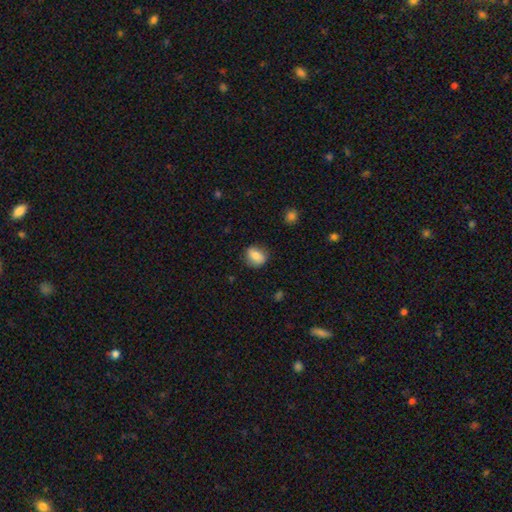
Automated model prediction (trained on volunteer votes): smooth 76%, featured or disk 16%, star or artifact 8%. Down the decision tree: how rounded — round (57%); merging — none (78%).